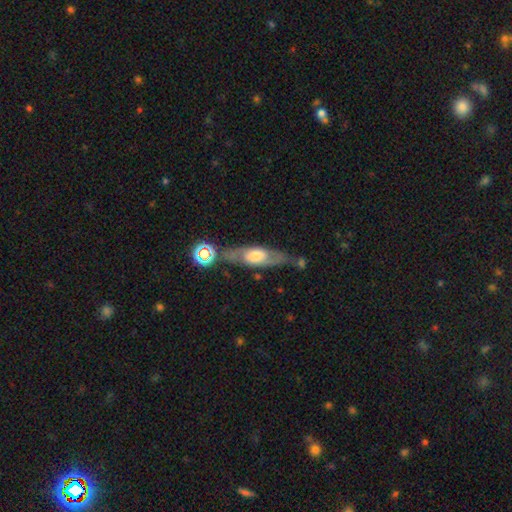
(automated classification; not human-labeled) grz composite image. It shows a featured or disk galaxy (60%). Merging: none (65%).